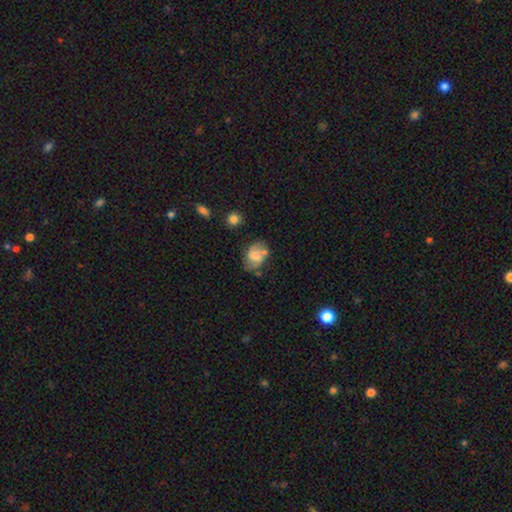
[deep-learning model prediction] Morphology: type=smooth (46%); merging=none (57%).